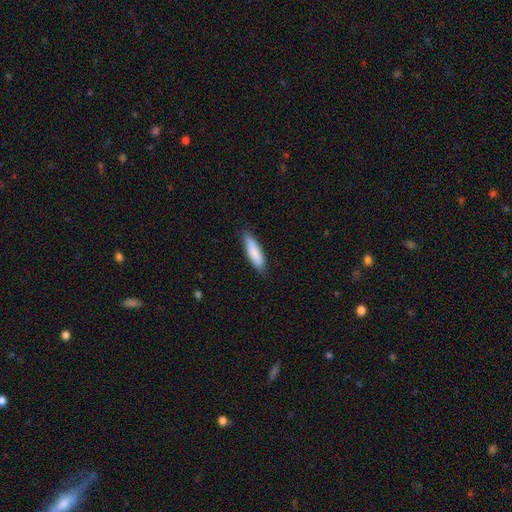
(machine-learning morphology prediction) Smooth or featured? Predicted: smooth (p=0.85). How rounded? Predicted: cigar-shaped (p=0.62). Merging? Predicted: none (p=0.85).